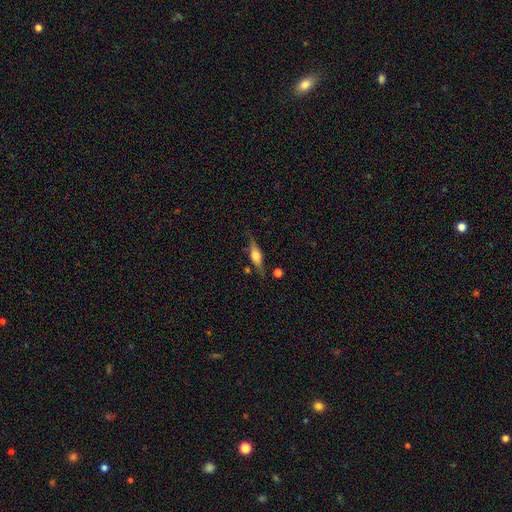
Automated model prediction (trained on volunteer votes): The model was most divided on "smooth or featured": featured or disk: 64%, smooth: 29%, star or artifact: 7%. More confident: edge-on disk — yes (94%); edge-on bulge — rounded (89%); merging — none (78%).